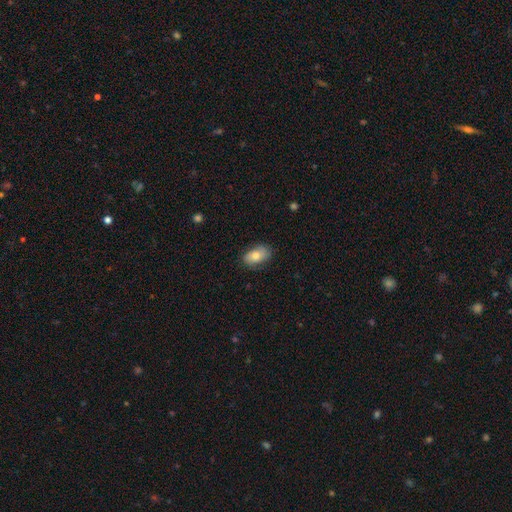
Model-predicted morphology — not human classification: type=smooth (75%); roundness=in between (90%); merging=none (79%).